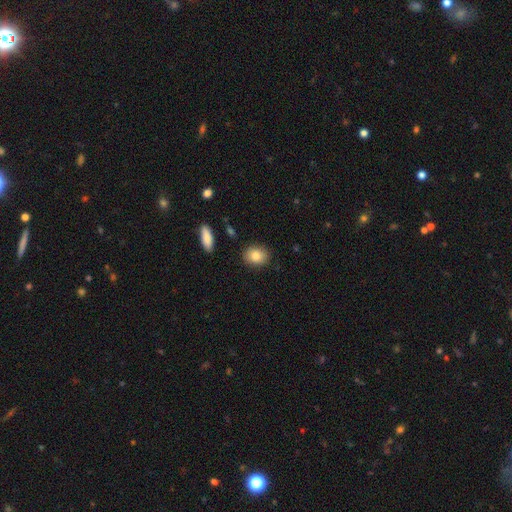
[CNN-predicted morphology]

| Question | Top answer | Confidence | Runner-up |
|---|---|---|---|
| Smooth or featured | smooth | 85% | star or artifact (8%) |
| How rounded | in between | 50% | round (48%) |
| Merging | none | 87% | minor disturbance (9%) |